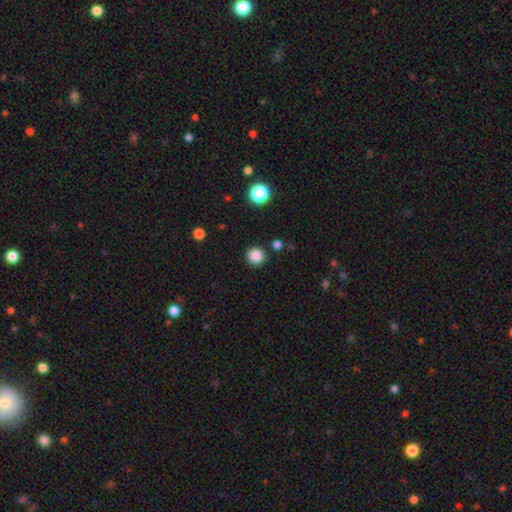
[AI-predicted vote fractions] Smooth or featured: smooth — 85% (star or artifact — 12%)
How rounded: round — 94% (in between — 5%)
Merging: none — 90% (minor disturbance — 5%)